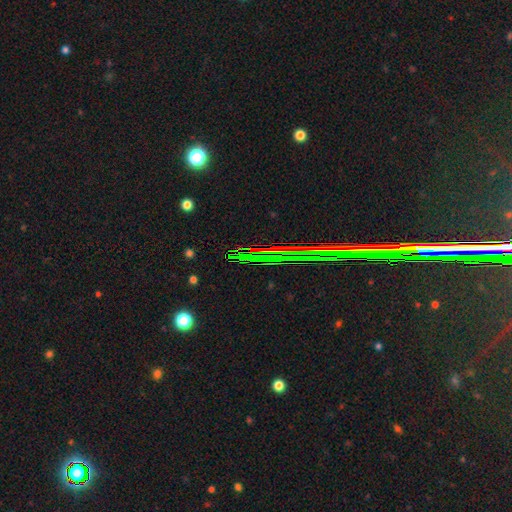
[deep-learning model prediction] A star or artifact, not a galaxy (71%).